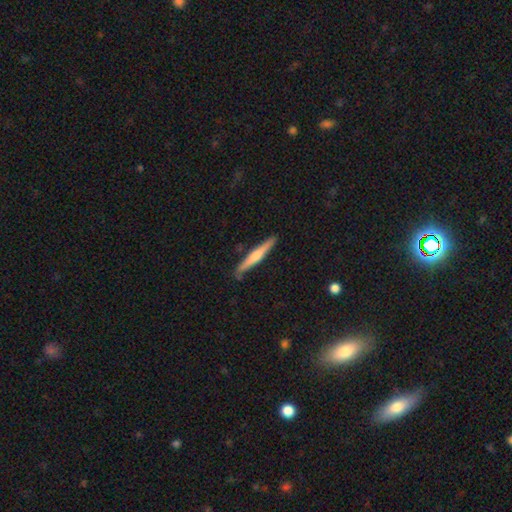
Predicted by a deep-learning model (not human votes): Q: Smooth or featured?
A: featured or disk (53%); runner-up: smooth (42%)
Q: Edge-on disk?
A: yes (97%); runner-up: no (3%)
Q: Edge-on bulge?
A: rounded (66%); runner-up: none (24%)
Q: Merging?
A: none (88%); runner-up: minor disturbance (9%)